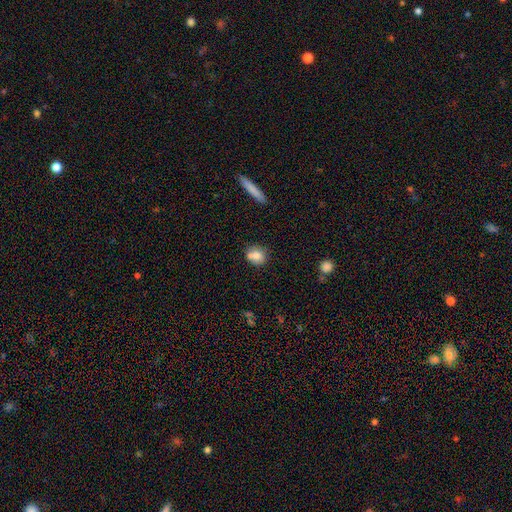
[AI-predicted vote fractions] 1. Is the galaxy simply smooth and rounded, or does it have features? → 76% smooth, 15% featured or disk, 10% star or artifact.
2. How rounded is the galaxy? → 70% round, 28% in between, 2% cigar-shaped.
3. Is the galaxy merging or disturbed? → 56% none, 25% merger, 14% minor disturbance, 4% major disturbance.